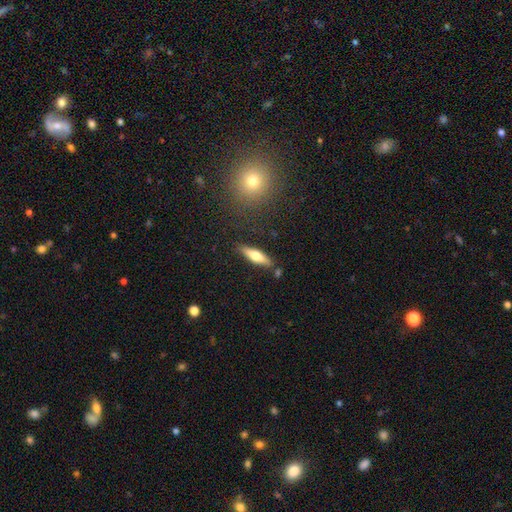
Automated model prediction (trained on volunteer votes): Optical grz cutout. It shows a smooth galaxy with no disk features (56%) that is cigar-shaped (64%). Merging: none (83%).